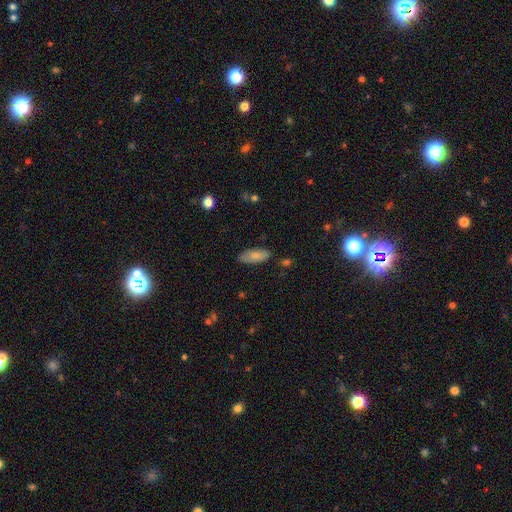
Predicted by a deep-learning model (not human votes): smooth 80%, featured or disk 14%, star or artifact 6%. Down the decision tree: how rounded — in between (80%); merging — none (79%).